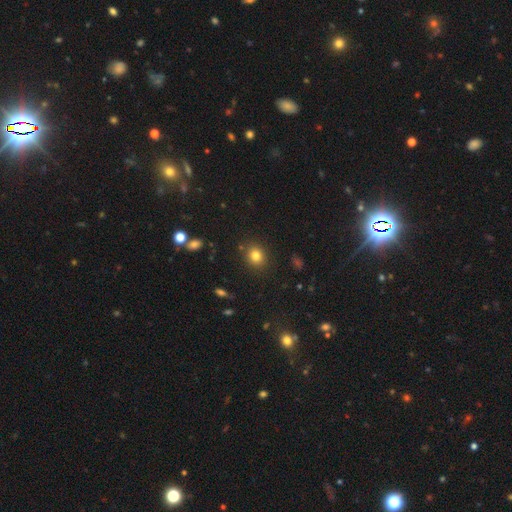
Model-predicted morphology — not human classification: Overall: smooth (81%). How rounded: round (73%). Merging: none (87%).